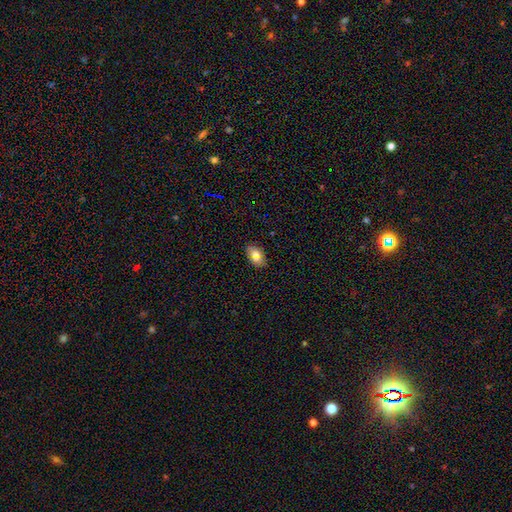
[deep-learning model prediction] Q: Smooth or featured?
A: smooth (76%); runner-up: featured or disk (14%)
Q: How rounded?
A: in between (87%); runner-up: round (11%)
Q: Merging?
A: none (86%); runner-up: minor disturbance (11%)